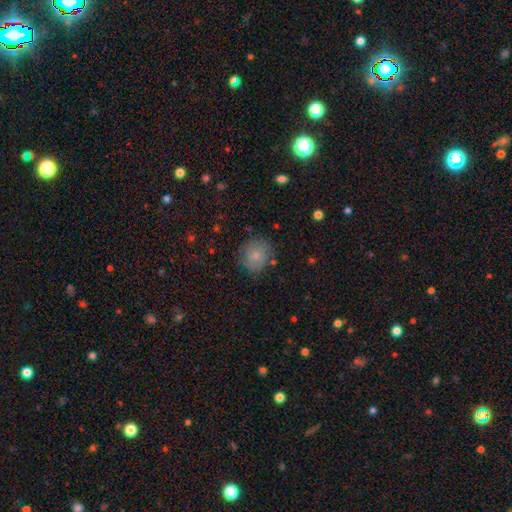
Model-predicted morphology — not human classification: Overall: smooth (74%). How rounded: round (77%). Merging: none (73%).